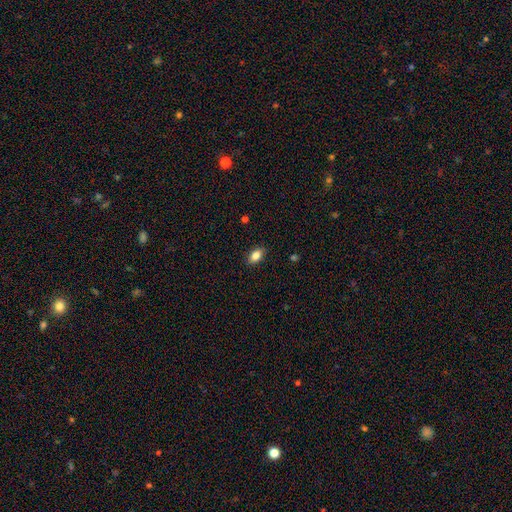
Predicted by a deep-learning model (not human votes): Smooth or featured? Predicted: smooth (p=0.84). How rounded? Predicted: in between (p=0.87). Merging? Predicted: none (p=0.88).